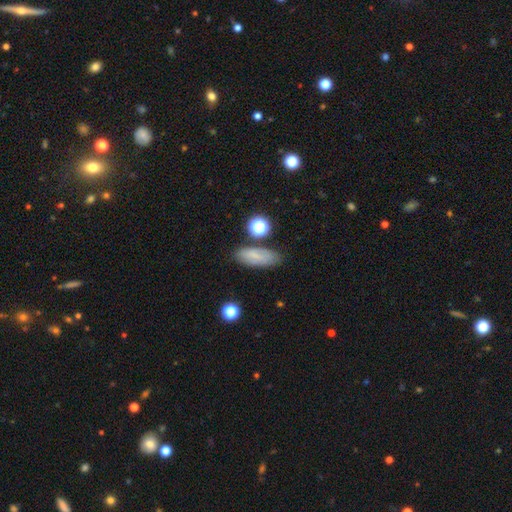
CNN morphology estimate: Q: Smooth or featured?
A: smooth (73%); runner-up: featured or disk (16%)
Q: How rounded?
A: in between (65%); runner-up: cigar-shaped (30%)
Q: Merging?
A: none (77%); runner-up: minor disturbance (14%)